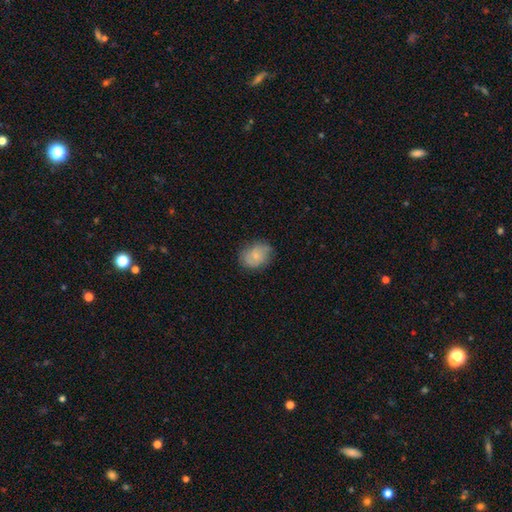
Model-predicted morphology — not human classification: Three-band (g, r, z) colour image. It shows a smooth galaxy with no disk features (71%) that is in between round and cigar-shaped (57%). Merging: none (70%).